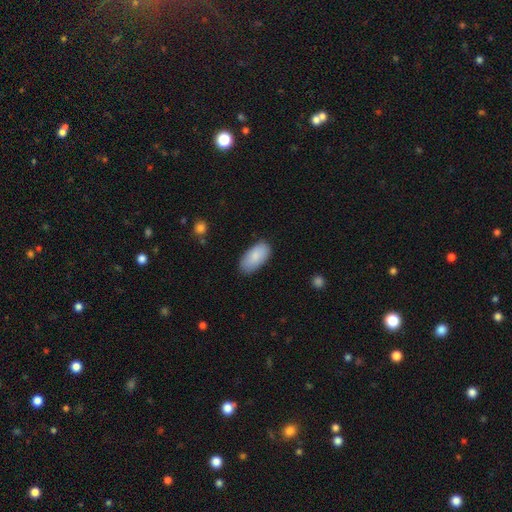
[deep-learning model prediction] Smooth or featured: smooth — 86% (featured or disk — 8%)
How rounded: in between — 94% (cigar-shaped — 3%)
Merging: none — 81% (minor disturbance — 15%)